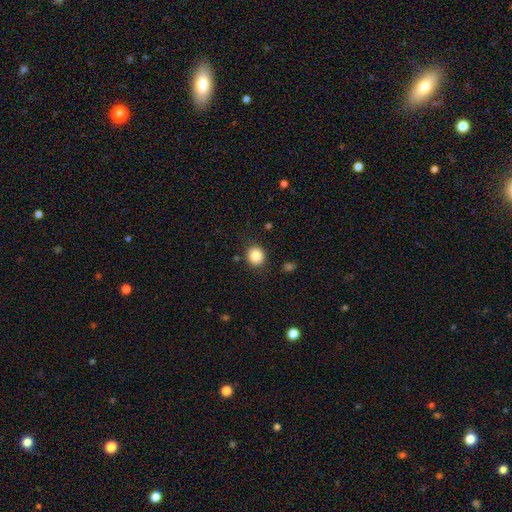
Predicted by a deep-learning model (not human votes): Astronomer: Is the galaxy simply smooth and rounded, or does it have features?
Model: smooth — 85%.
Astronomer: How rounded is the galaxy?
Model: round — 85%.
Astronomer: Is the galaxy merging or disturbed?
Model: none — 88%.